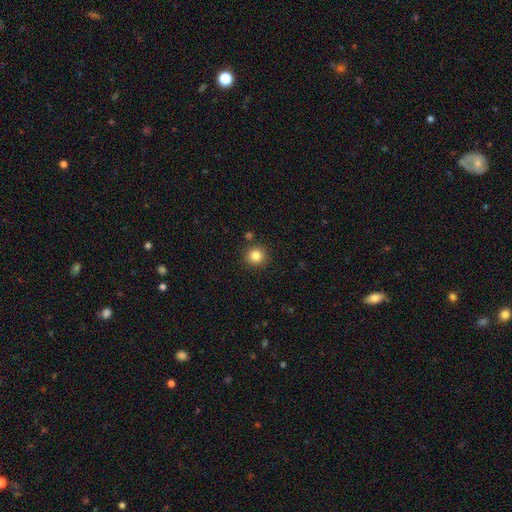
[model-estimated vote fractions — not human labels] The model was most divided on "smooth or featured": smooth: 84%, star or artifact: 11%, featured or disk: 5%. More confident: how rounded — round (93%); merging — none (88%).